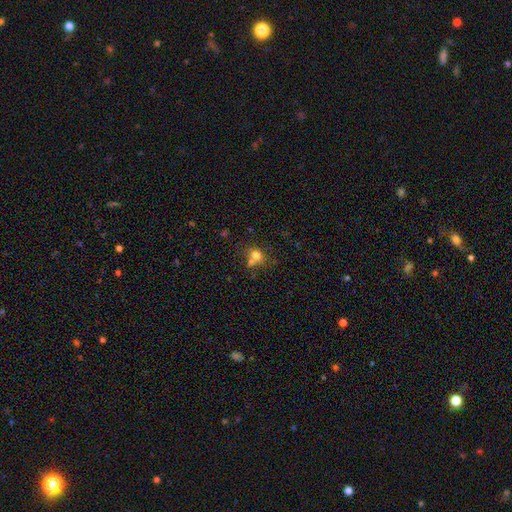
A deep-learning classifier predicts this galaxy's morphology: Smooth or featured: smooth — 72% (star or artifact — 14%)
How rounded: round — 71% (in between — 28%)
Merging: none — 45% (merger — 36%)